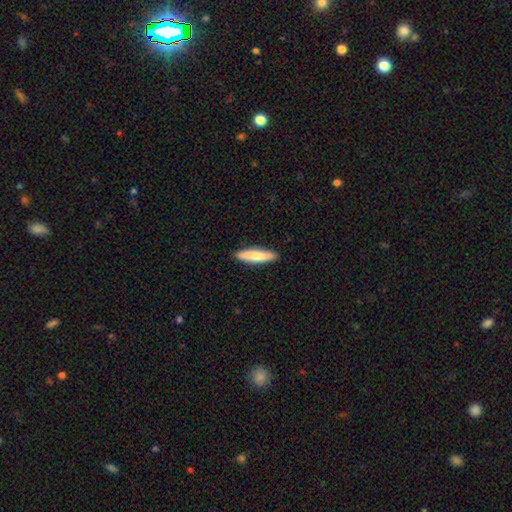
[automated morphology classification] Smooth or featured?
  - smooth: 75% *
  - featured or disk: 20%
  - star or artifact: 5%
How rounded?
  - cigar-shaped: 82% *
  - in between: 17%
  - round: 1%
Merging?
  - none: 90% *
  - minor disturbance: 7%
  - major disturbance: 1%
  - merger: 1%